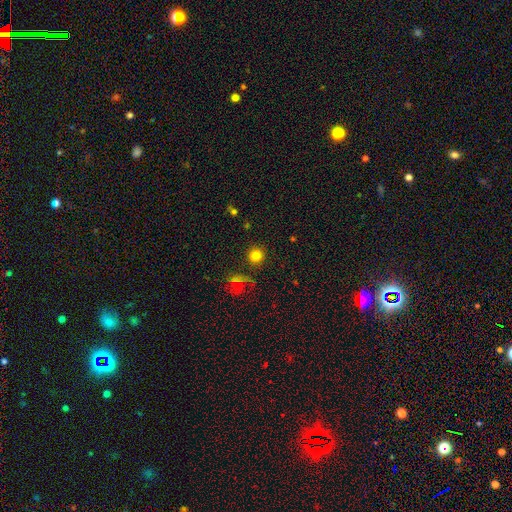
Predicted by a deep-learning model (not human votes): This is likely a smooth galaxy (80%). How rounded: clearly round (94%). Merging: clearly none (87%).